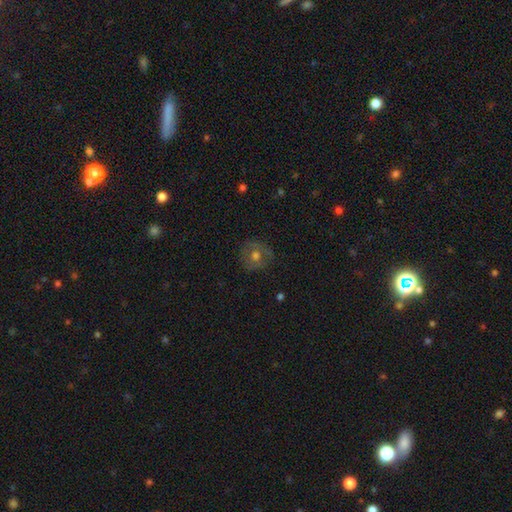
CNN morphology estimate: The model was most divided on "smooth or featured": smooth: 47%, featured or disk: 39%, star or artifact: 15%. More confident: merging — none (78%).